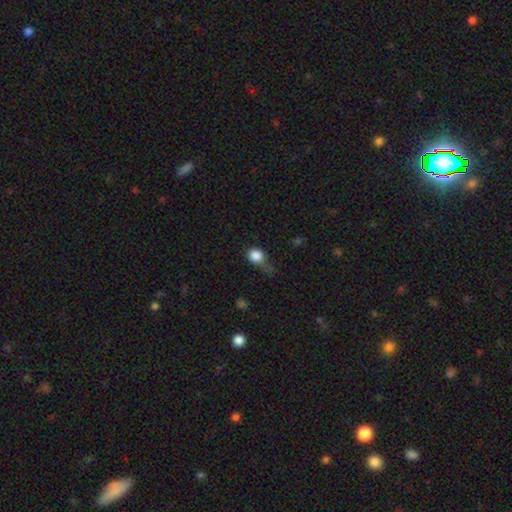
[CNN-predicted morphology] Smooth or featured? smooth (83%)
How rounded? round (80%)
Merging? none (37%)